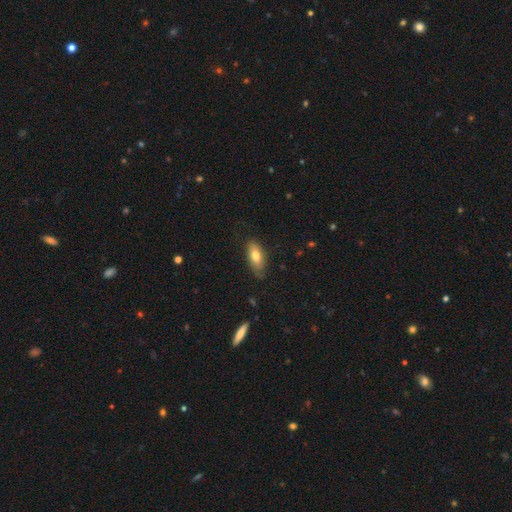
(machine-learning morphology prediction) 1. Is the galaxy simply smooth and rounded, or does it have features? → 72% smooth, 22% featured or disk, 7% star or artifact.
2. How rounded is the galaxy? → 80% in between, 17% cigar-shaped, 3% round.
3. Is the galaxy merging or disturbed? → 72% none, 22% minor disturbance, 4% major disturbance, 1% merger.